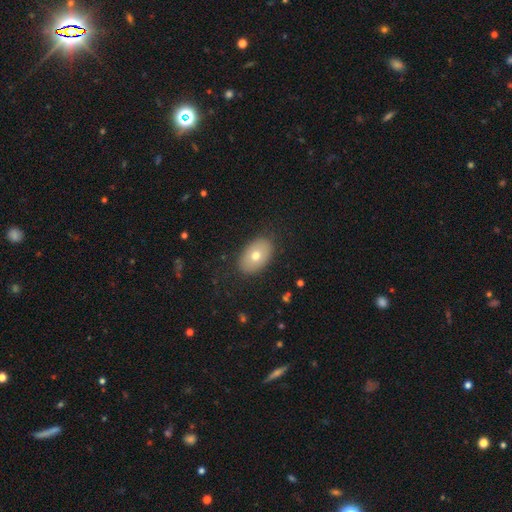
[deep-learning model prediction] smooth_or_featured: smooth (p=0.69) [alt: featured or disk p=0.23]
how_rounded: in between (p=0.88) [alt: round p=0.11]
merging: none (p=0.85) [alt: minor disturbance p=0.10]